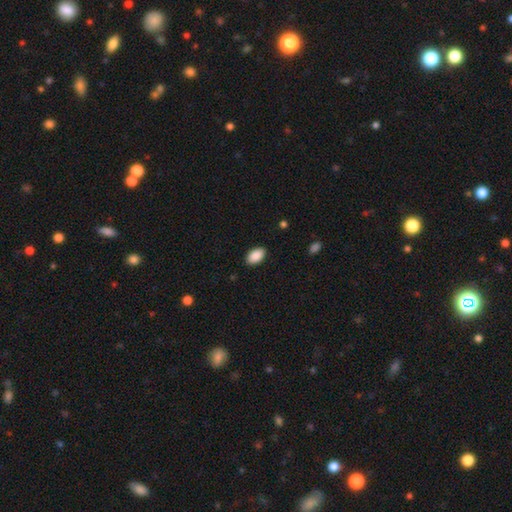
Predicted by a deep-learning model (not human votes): Smooth or featured? Predicted: smooth (p=0.90). How rounded? Predicted: in between (p=0.94). Merging? Predicted: none (p=0.89).